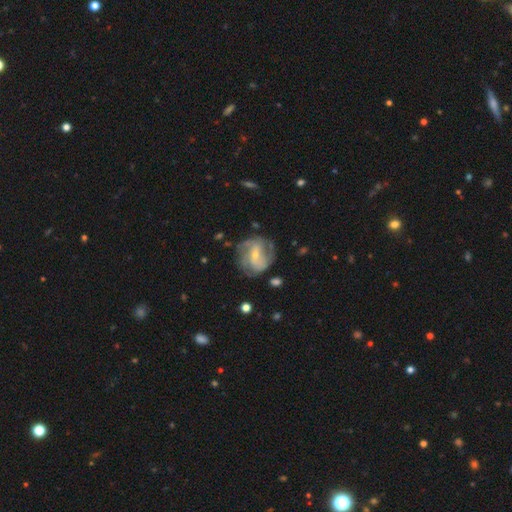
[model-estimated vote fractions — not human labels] Smooth or featured?
  - featured or disk: 75% *
  - smooth: 18%
  - star or artifact: 7%
Edge-on disk?
  - no: 97% *
  - yes: 3%
Bar?
  - weak: 44% *
  - no: 36%
  - strong: 21%
Spiral arms?
  - yes: 85% *
  - no: 15%
Spiral winding?
  - medium: 44% *
  - tight: 32%
  - loose: 23%
Spiral arm count?
  - 2: 43% *
  - can't tell: 29%
  - 3: 16%
  - 4: 5%
  - 1: 4%
  - more than 4: 3%
Bulge size?
  - small: 66% *
  - moderate: 28%
  - none: 3%
  - large: 2%
  - dominant: 1%
Merging?
  - none: 65% *
  - minor disturbance: 20%
  - major disturbance: 12%
  - merger: 2%